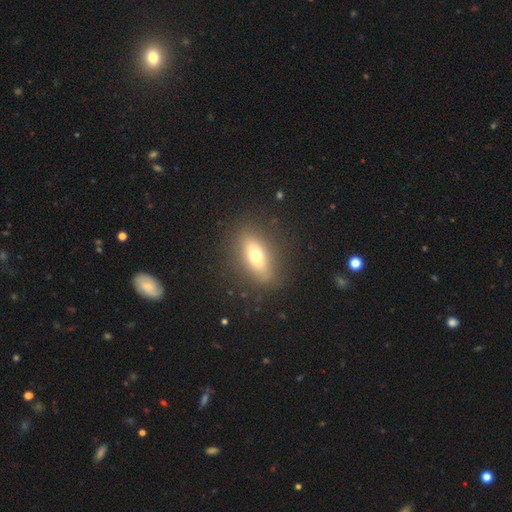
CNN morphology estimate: This is likely a smooth galaxy (62%). How rounded: likely in between (68%). Merging: clearly none (86%).